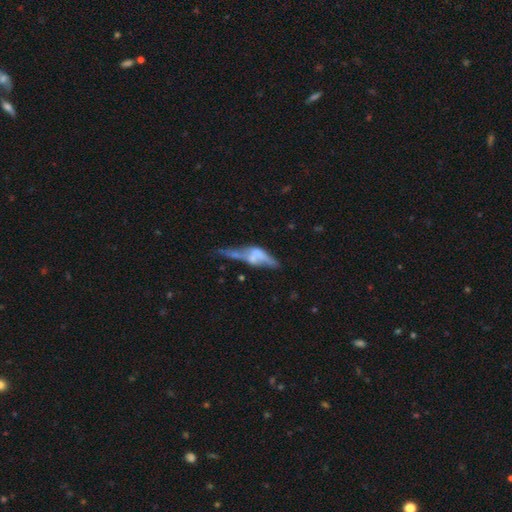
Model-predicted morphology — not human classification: Overall: featured or disk (57%; smooth 33%). Edge-on disk: yes (57%; no 43%). Merging: merger (28%, tied with none).